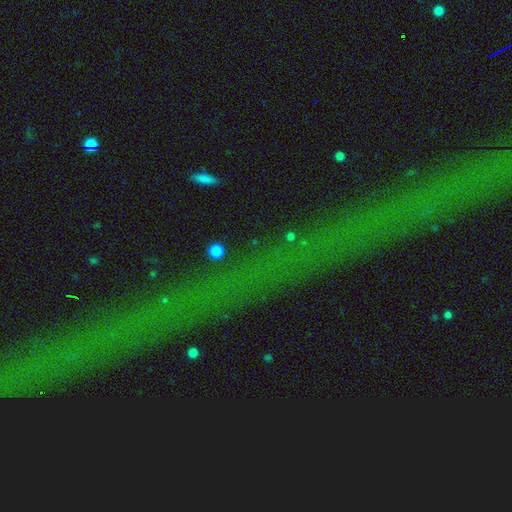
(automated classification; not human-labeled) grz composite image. It shows a star or artifact, not a galaxy (80%).